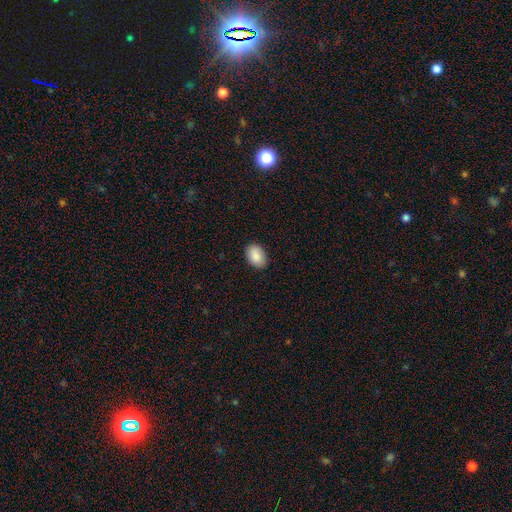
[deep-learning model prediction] Q: Smooth or featured?
A: smooth (90%); runner-up: star or artifact (6%)
Q: How rounded?
A: in between (85%); runner-up: round (14%)
Q: Merging?
A: none (89%); runner-up: minor disturbance (8%)